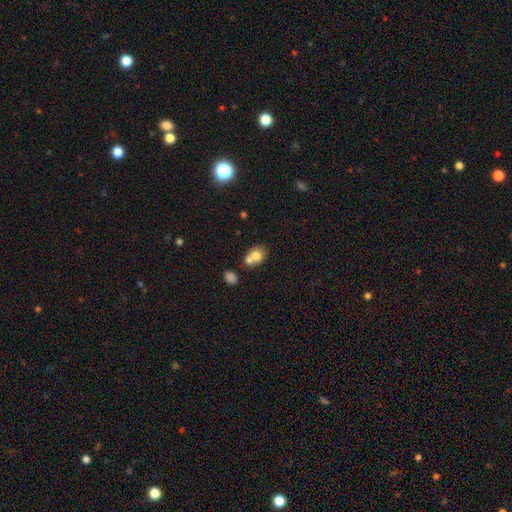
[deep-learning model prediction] smooth_or_featured: smooth (p=0.74) [alt: featured or disk p=0.16]
how_rounded: round (p=0.52) [alt: in between p=0.47]
merging: merger (p=0.48) [alt: none p=0.39]